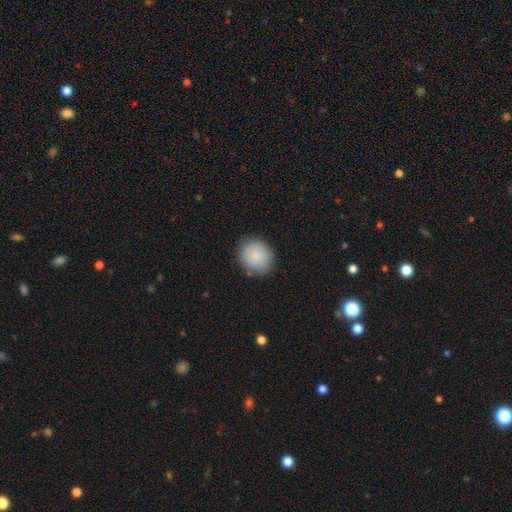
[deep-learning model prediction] This appears to be a smooth galaxy with no disk features (87%) that is round (82%). Merging: none (85%).